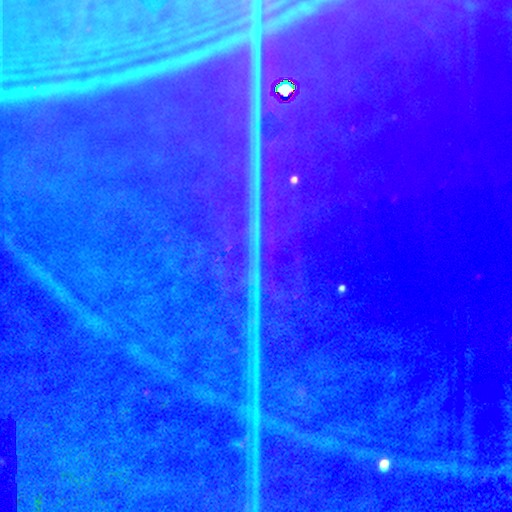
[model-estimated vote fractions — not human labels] Smooth or featured?
  - star or artifact: 86% *
  - featured or disk: 8%
  - smooth: 6%